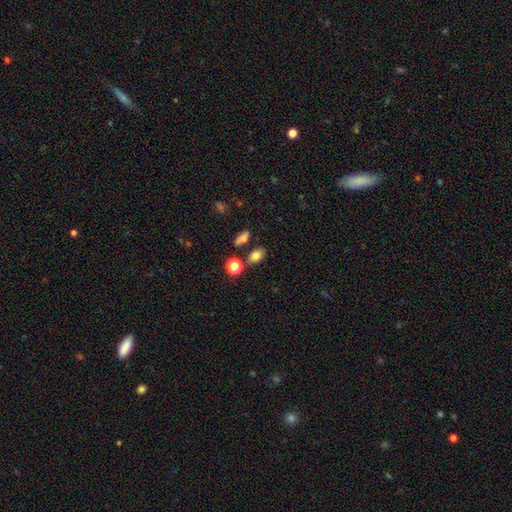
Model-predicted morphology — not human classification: This appears to be a smooth galaxy with no disk features (78%) that is in between round and cigar-shaped (78%). Merging: none (73%).